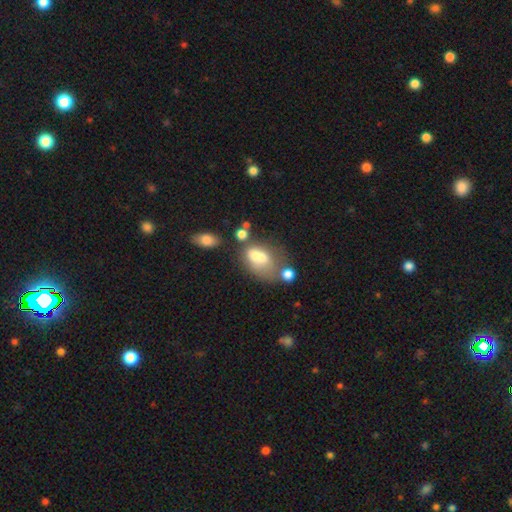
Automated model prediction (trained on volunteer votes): Smooth or featured? Predicted: smooth (p=0.63). How rounded? Predicted: in between (p=0.80). Merging? Predicted: merger (p=0.41).